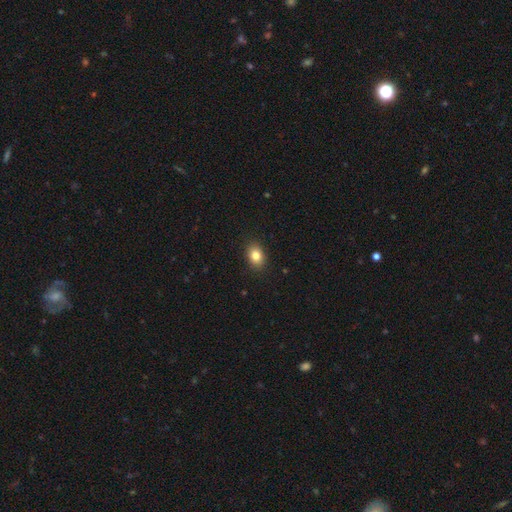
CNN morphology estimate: smooth_or_featured: smooth (p=0.83) [alt: star or artifact p=0.10]
how_rounded: in between (p=0.71) [alt: round p=0.28]
merging: none (p=0.89) [alt: minor disturbance p=0.08]